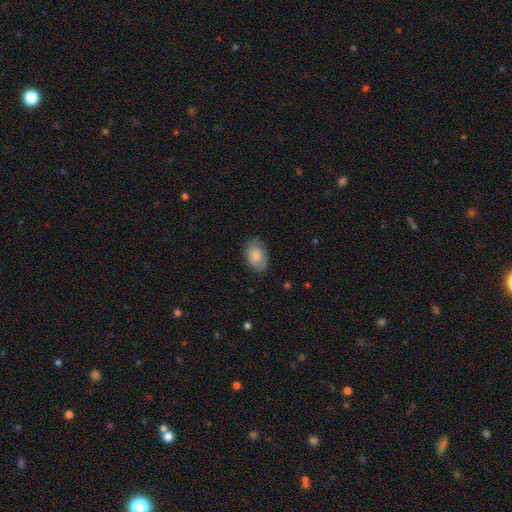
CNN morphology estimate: The model was most divided on "merging": none: 76%, minor disturbance: 19%, major disturbance: 4%, merger: 1%. More confident: how rounded — in between (87%); smooth or featured — smooth (78%).